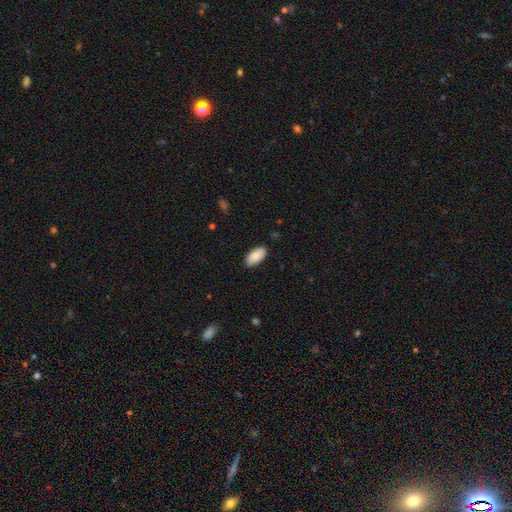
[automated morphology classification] type=smooth (87%); roundness=in between (95%); merging=none (87%).